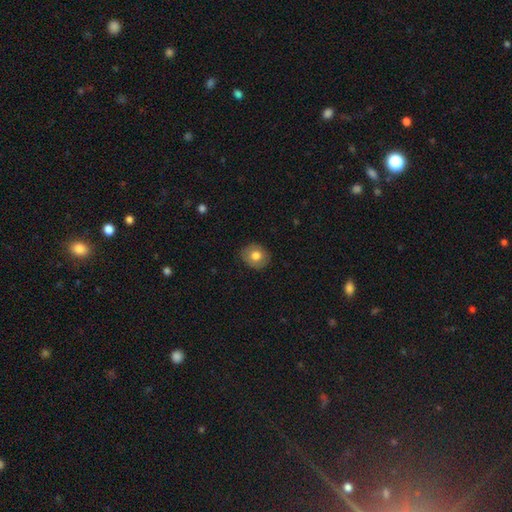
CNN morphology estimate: A smooth galaxy with no disk features (74%) that is round (67%). Merging: none (84%).